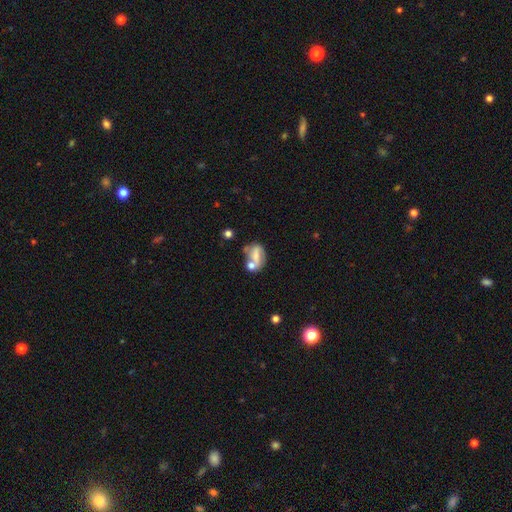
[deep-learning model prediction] smooth-or-featured: smooth: 45% (tied) | featured or disk: 45% (tied) | star or artifact: 10%
  merging: none: 37% | merger: 31% | minor disturbance: 19% | major disturbance: 13%